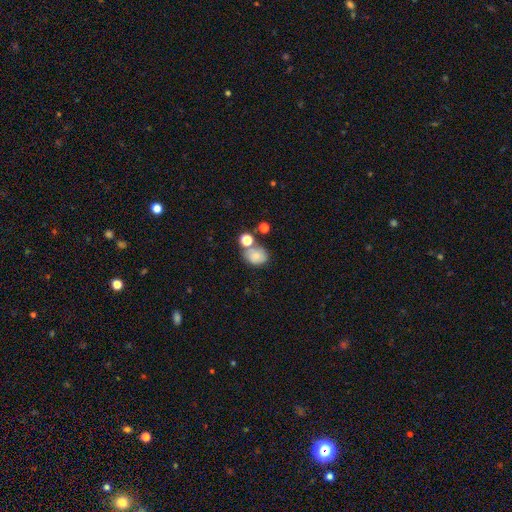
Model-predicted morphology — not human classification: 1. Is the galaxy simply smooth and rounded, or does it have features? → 74% smooth, 14% featured or disk, 12% star or artifact.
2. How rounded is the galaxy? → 56% round, 43% in between, 1% cigar-shaped.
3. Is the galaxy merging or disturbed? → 53% none, 25% merger, 16% minor disturbance, 6% major disturbance.